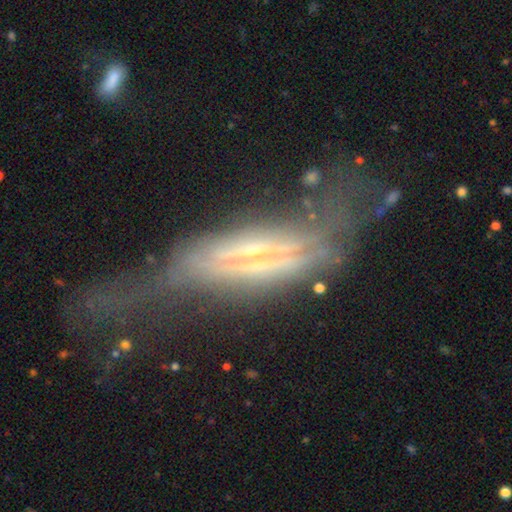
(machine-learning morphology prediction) smooth_or_featured: featured or disk (p=0.74) [alt: smooth p=0.17]
disk_edge_on: yes (p=0.76) [alt: no p=0.24]
edge_on_bulge: rounded (p=0.55) [alt: none p=0.24]
merging: major disturbance (p=0.37) [alt: none p=0.36]